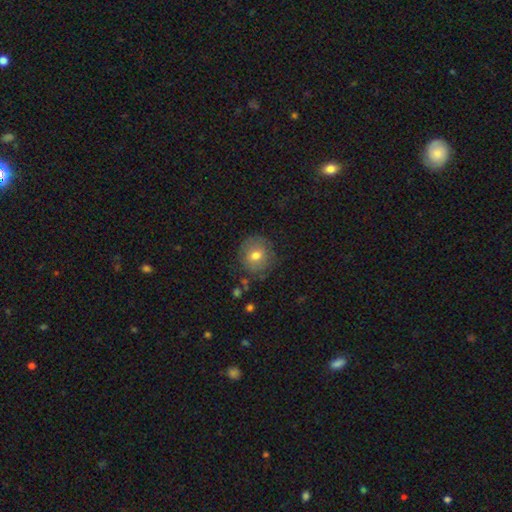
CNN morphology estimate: Smooth or featured? Predicted: smooth (p=0.71). How rounded? Predicted: round (p=0.86). Merging? Predicted: none (p=0.77).